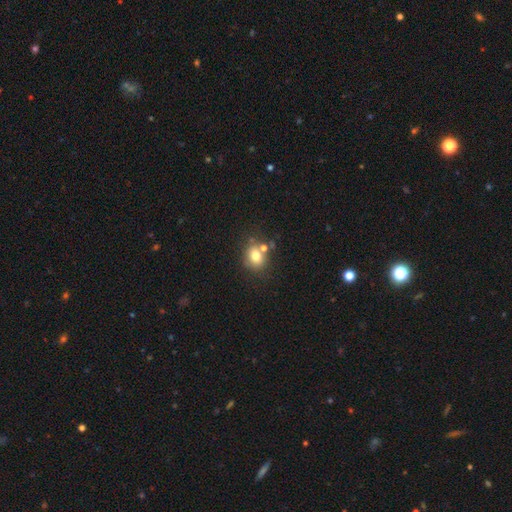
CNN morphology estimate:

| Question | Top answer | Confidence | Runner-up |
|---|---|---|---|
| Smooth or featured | smooth | 76% | featured or disk (12%) |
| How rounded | round | 61% | in between (38%) |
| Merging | none | 60% | merger (21%) |